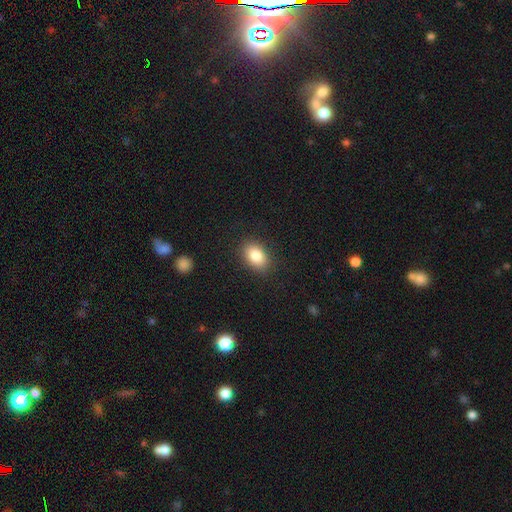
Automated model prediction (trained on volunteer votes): Smooth or featured? Predicted: smooth (p=0.85). How rounded? Predicted: in between (p=0.86). Merging? Predicted: none (p=0.87).